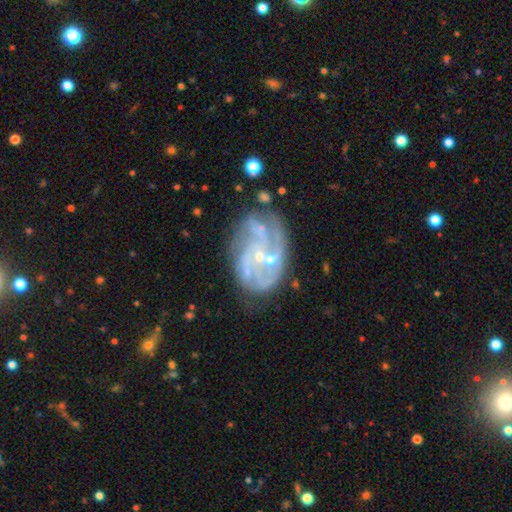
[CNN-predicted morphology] Smooth or featured: featured or disk — 78% (star or artifact — 11%)
Edge-on disk: no — 97% (yes — 3%)
Bar: no — 60% (weak — 31%)
Spiral arms: yes — 88% (no — 12%)
Spiral winding: tight — 41% (medium — 40%)
Spiral arm count: can't tell — 31% (3 — 22%)
Bulge size: small — 72% (moderate — 21%)
Merging: none — 58% (minor disturbance — 19%)